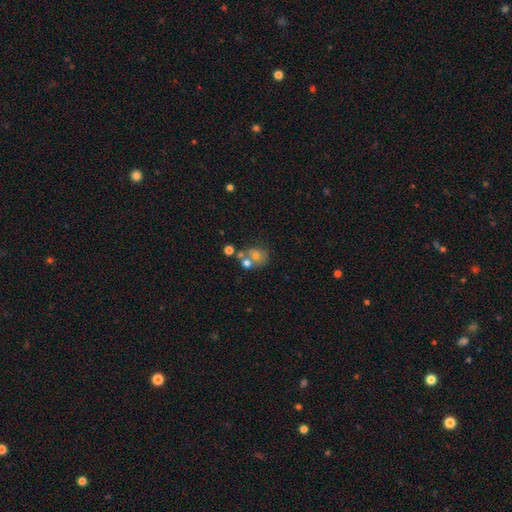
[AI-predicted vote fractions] This is possibly a smooth galaxy (60%). How rounded: likely round (70%). Merging: marginally merger (43%).